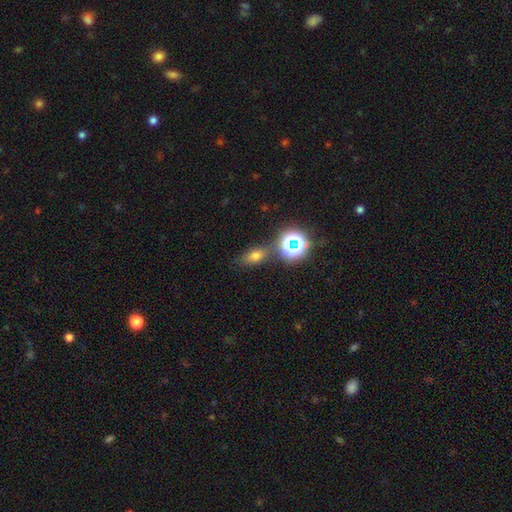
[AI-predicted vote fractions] Smooth or featured: smooth — 58% (star or artifact — 28%)
How rounded: in between — 69% (round — 21%)
Merging: none — 74% (minor disturbance — 13%)